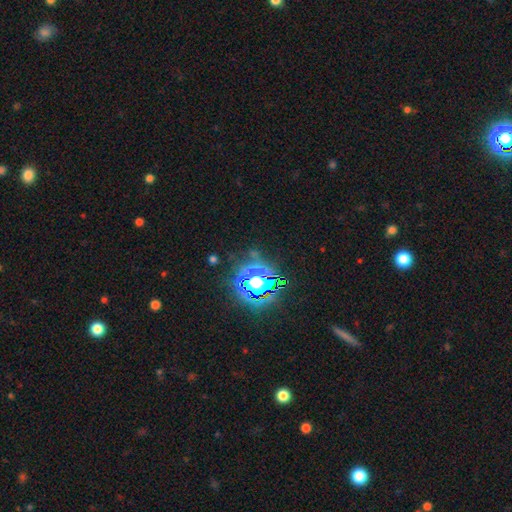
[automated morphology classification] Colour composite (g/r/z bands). It shows a star or artifact, not a galaxy (80%).